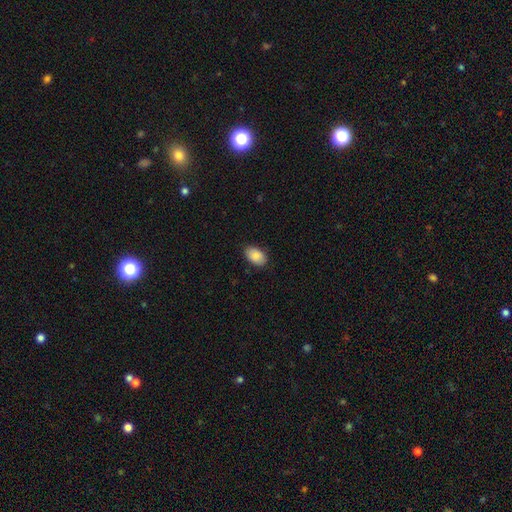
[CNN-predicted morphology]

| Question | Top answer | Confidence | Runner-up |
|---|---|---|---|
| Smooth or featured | smooth | 86% | featured or disk (7%) |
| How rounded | in between | 91% | round (8%) |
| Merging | none | 85% | minor disturbance (12%) |